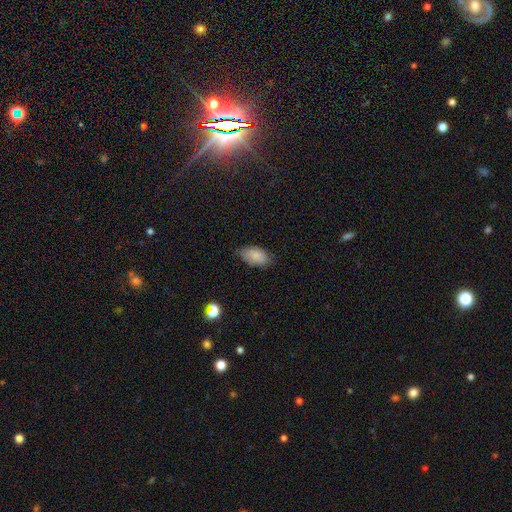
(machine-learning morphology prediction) Smooth or featured? smooth (82%)
How rounded? in between (94%)
Merging? none (67%)